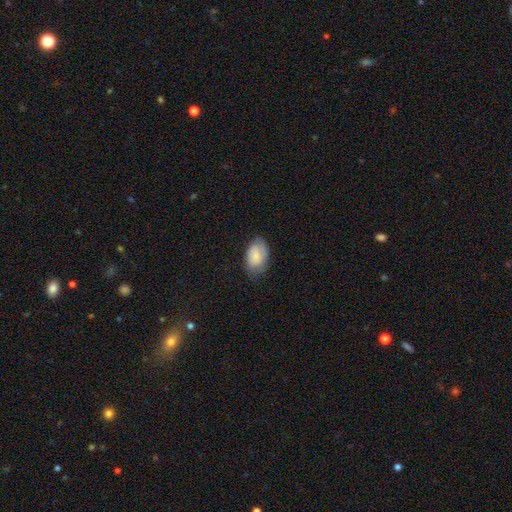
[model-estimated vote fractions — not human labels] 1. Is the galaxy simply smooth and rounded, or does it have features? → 75% smooth, 19% featured or disk, 7% star or artifact.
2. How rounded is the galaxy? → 91% in between, 8% round, 1% cigar-shaped.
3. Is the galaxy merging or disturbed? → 70% none, 24% minor disturbance, 5% major disturbance, 1% merger.